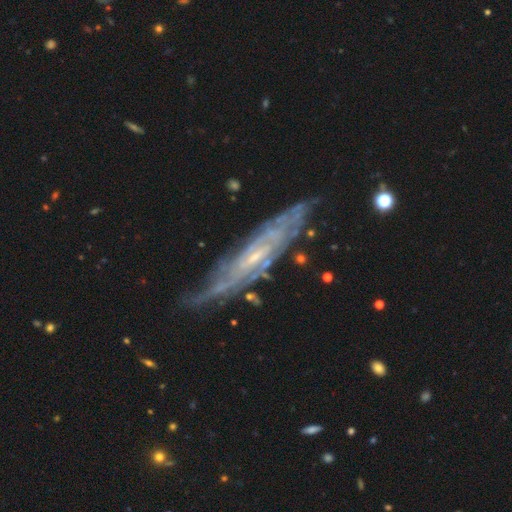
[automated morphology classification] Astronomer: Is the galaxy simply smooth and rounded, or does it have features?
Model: featured or disk — 83%.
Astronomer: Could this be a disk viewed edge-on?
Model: no — 64%.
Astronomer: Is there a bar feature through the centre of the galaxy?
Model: no — 48% (runner-up: weak, 40%).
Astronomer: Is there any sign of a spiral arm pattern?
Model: yes — 91%.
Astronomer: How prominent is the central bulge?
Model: small — 74%.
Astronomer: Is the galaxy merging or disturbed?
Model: none — 72%.